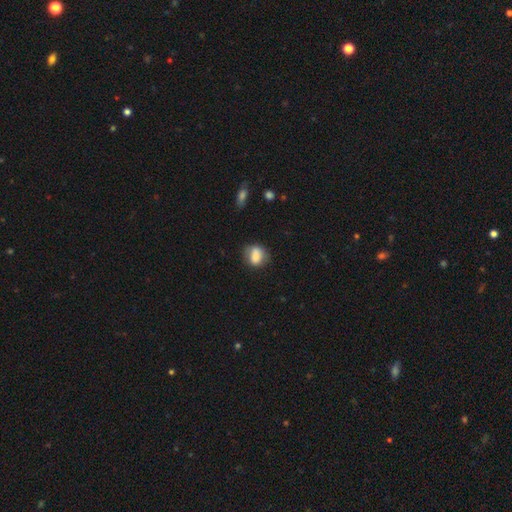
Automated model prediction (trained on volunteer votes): This is likely a smooth galaxy (79%). How rounded: possibly in between (49%, tied with round). Merging: likely none (61%).